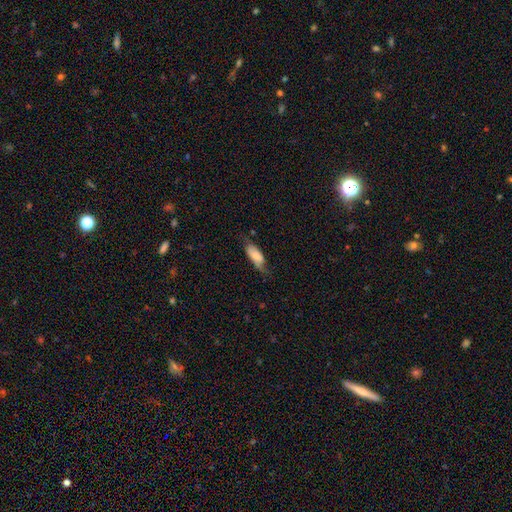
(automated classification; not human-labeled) Smooth or featured?
  - smooth: 65% *
  - featured or disk: 28%
  - star or artifact: 7%
How rounded?
  - in between: 82% *
  - cigar-shaped: 15%
  - round: 3%
Merging?
  - none: 50% *
  - minor disturbance: 33%
  - major disturbance: 15%
  - merger: 2%